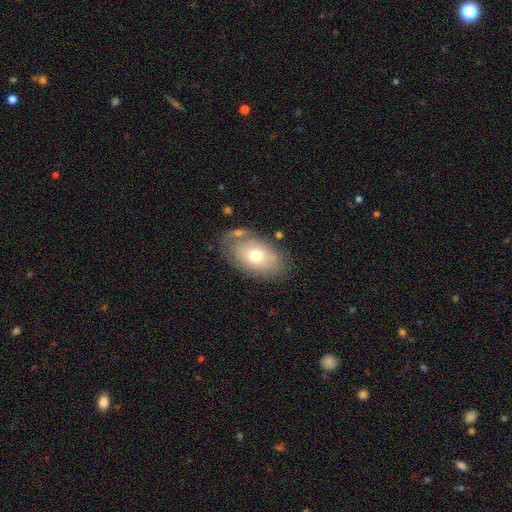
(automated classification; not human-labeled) smooth 66%, featured or disk 26%, star or artifact 8%. Down the decision tree: how rounded — in between (87%); merging — none (69%).